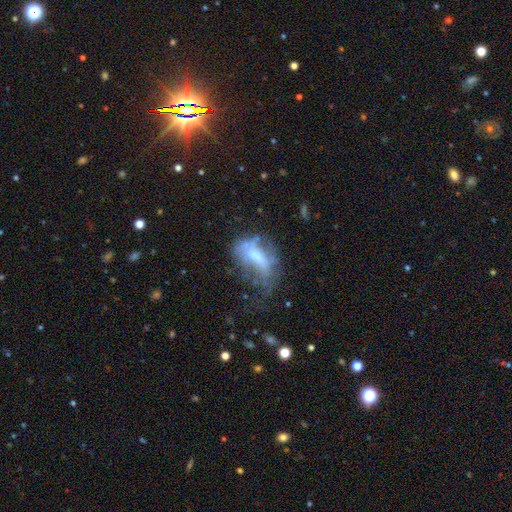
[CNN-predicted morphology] Smooth or featured? Predicted: featured or disk (p=0.50). Merging? Predicted: major disturbance (p=0.42).